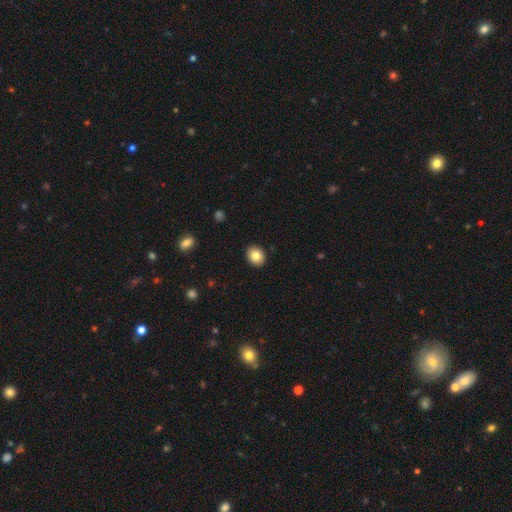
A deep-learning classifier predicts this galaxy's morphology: smooth_or_featured: smooth (p=0.82) [alt: featured or disk p=0.09]
how_rounded: round (p=0.55) [alt: in between p=0.44]
merging: none (p=0.91) [alt: minor disturbance p=0.07]